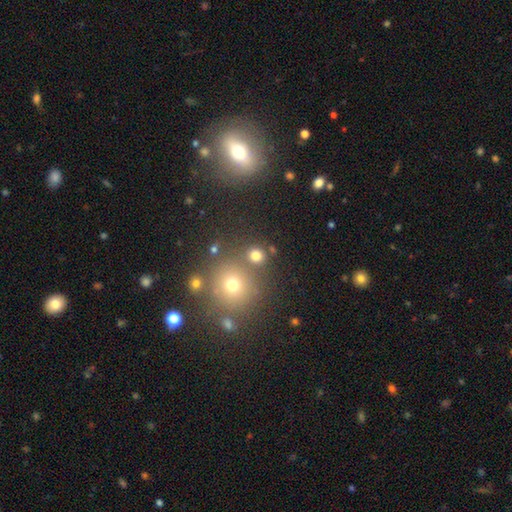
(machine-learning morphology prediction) Smooth or featured: smooth — 74% (star or artifact — 18%)
How rounded: round — 87% (in between — 12%)
Merging: none — 75% (merger — 13%)